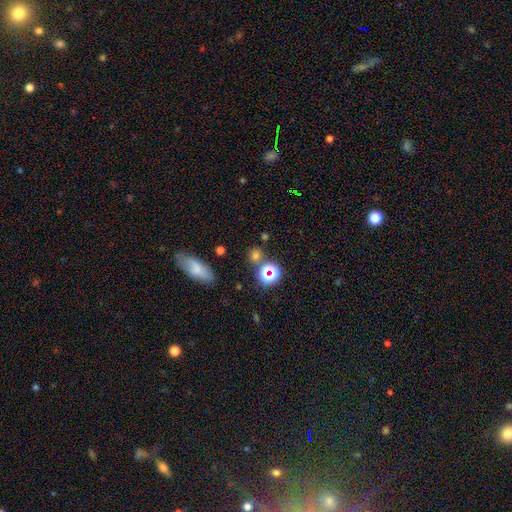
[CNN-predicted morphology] Q: Smooth or featured?
A: smooth (65%); runner-up: star or artifact (28%)
Q: How rounded?
A: round (78%); runner-up: in between (20%)
Q: Merging?
A: none (76%); runner-up: merger (11%)